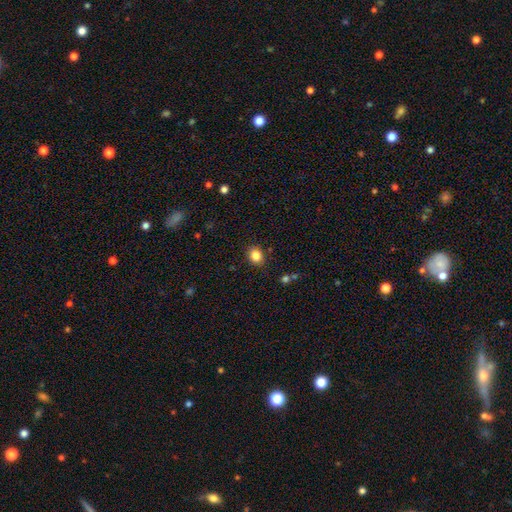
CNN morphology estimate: A smooth galaxy with no disk features (85%) that is round (59%). Merging: none (88%).